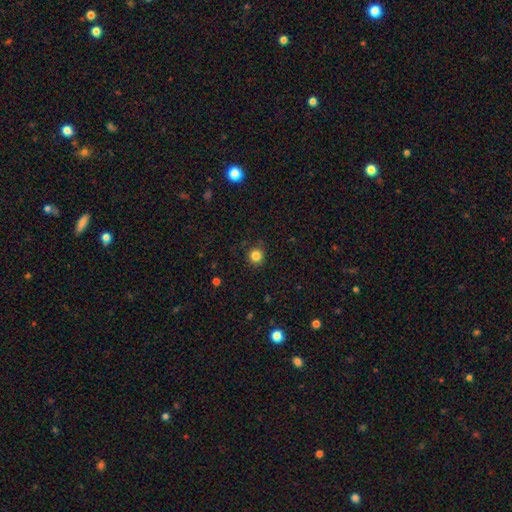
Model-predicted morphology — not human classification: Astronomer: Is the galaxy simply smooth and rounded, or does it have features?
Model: smooth — 83%.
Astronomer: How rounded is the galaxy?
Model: round — 92%.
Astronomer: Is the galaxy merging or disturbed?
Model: none — 88%.